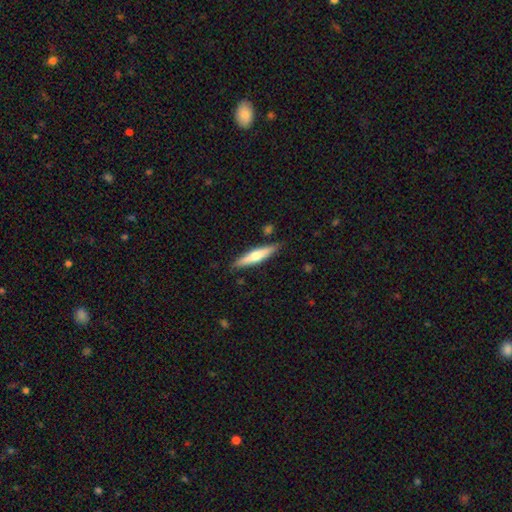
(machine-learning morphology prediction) Smooth or featured?
  - smooth: 48% *
  - featured or disk: 46%
  - star or artifact: 6%
Merging?
  - none: 85% *
  - minor disturbance: 11%
  - merger: 2%
  - major disturbance: 2%